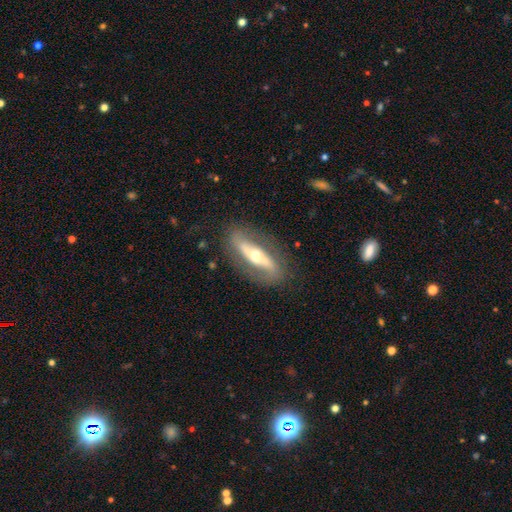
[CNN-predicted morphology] Smooth or featured? featured or disk (75%)
Edge-on disk? no (61%)
Merging? none (80%)